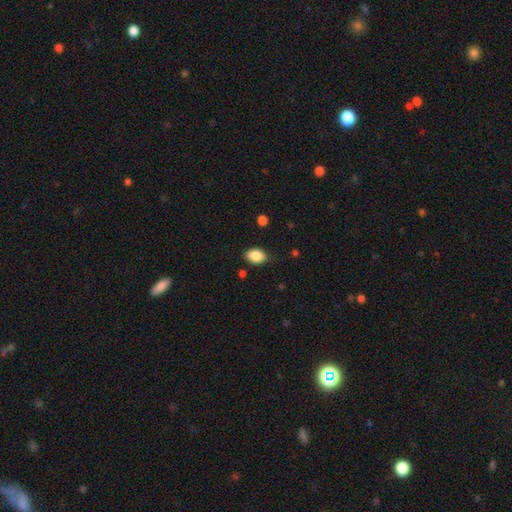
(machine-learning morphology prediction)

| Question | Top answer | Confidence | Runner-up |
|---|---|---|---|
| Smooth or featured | smooth | 88% | star or artifact (8%) |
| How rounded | in between | 85% | round (14%) |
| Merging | none | 82% | minor disturbance (14%) |